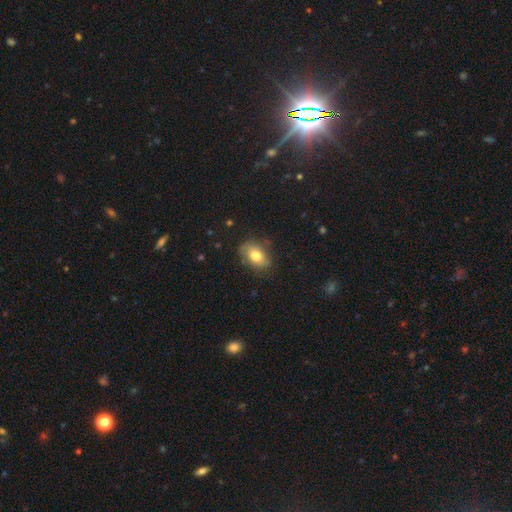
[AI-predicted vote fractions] Morphology: type=smooth (72%); roundness=in between (83%); merging=none (73%).